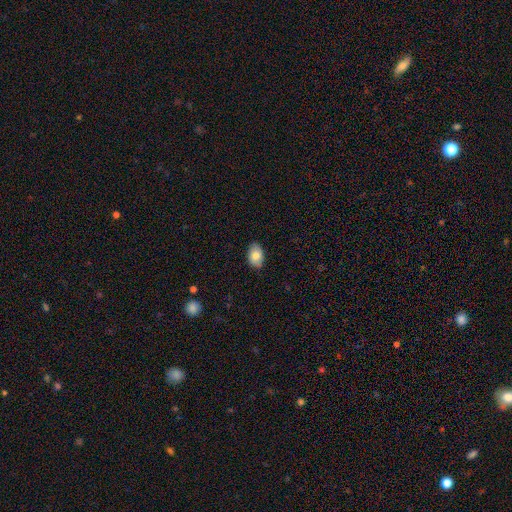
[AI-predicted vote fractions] Morphology: type=smooth (81%); roundness=in between (88%); merging=none (85%).